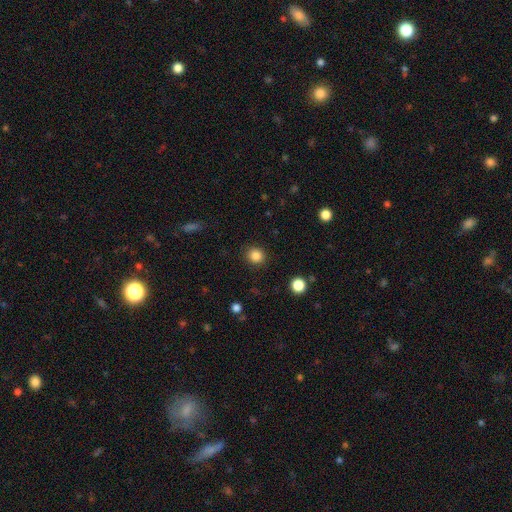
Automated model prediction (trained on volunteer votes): Morphology: type=smooth (85%); roundness=round (88%); merging=none (90%).